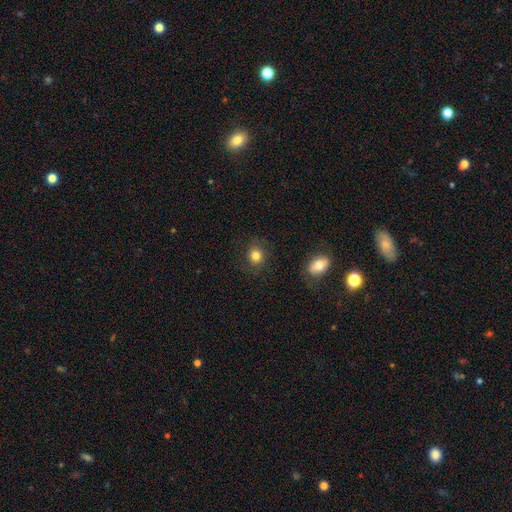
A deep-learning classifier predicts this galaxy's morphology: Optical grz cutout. It shows a smooth galaxy with no disk features (79%) that is round (81%). Merging: none (80%).